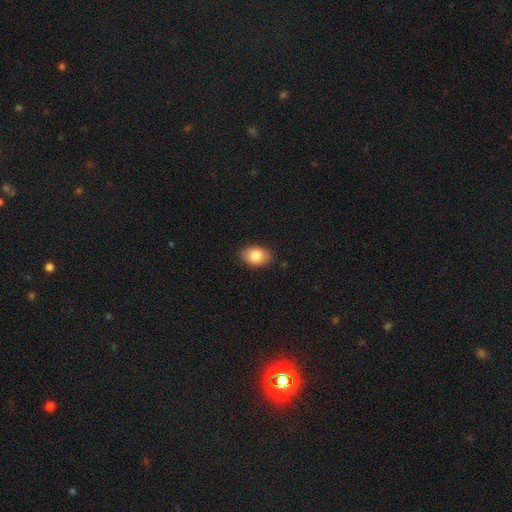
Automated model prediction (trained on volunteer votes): The model was most divided on "how rounded": in between: 84%, round: 15%, cigar-shaped: 1%. More confident: smooth or featured — smooth (85%); merging — none (85%).